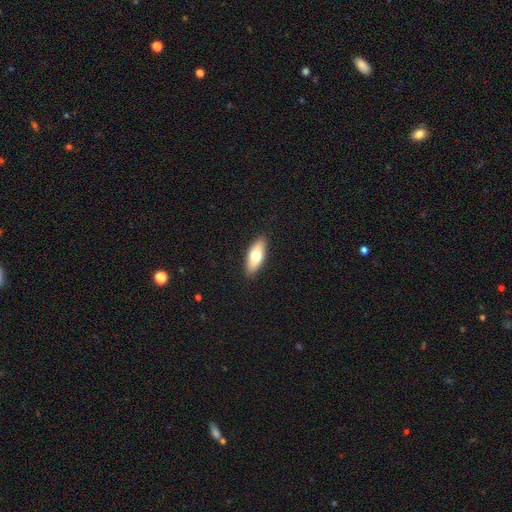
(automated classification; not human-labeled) Overall: smooth (68%). How rounded: in between (75%). Merging: none (90%).